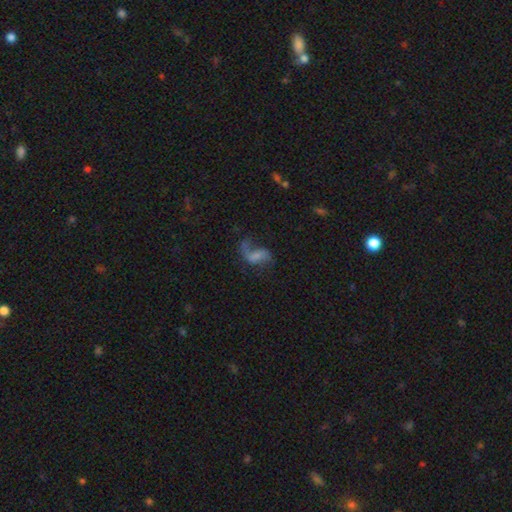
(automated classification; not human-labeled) smooth-or-featured: featured or disk: 65% | smooth: 24% | star or artifact: 11%
  disk-edge-on: no: 97% | yes: 3%
    bar: no: 41% | weak: 40% | strong: 19%
    has-spiral-arms: yes: 86% | no: 14%
      spiral-winding: loose: 81% | medium: 15% | tight: 4%
      spiral-arm-count: 2: 64% | 1: 30% | can't tell: 3% | 3: 1% | 4: 1% | more than 4: 1%
    bulge-size: none: 50% | small: 26% | moderate: 15% | large: 6% | dominant: 2%
  merging: none: 43% | major disturbance: 34% | minor disturbance: 18% | merger: 5%